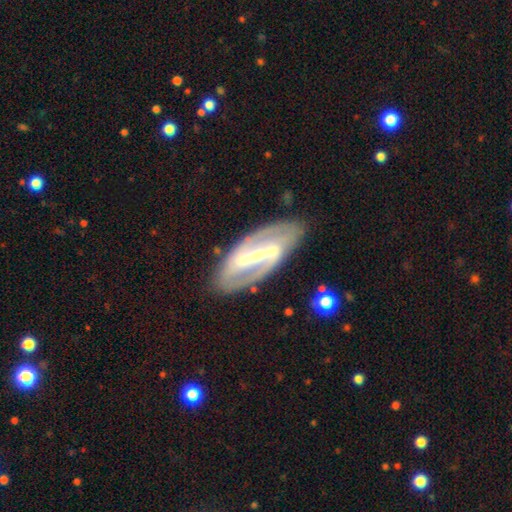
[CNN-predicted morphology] type=featured or disk (86%); edge-on=no (93%); bar=strong (77%); spiral arms=yes (88%); winding=medium (45%); arm count=2 (88%); bulge=small (56%); merging=none (81%).